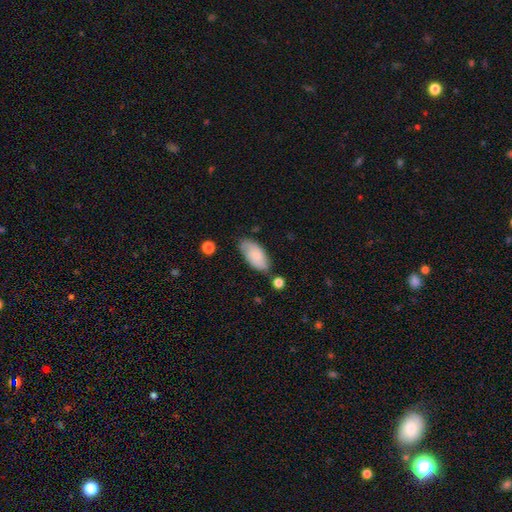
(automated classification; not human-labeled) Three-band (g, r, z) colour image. It shows a smooth galaxy with no disk features (74%) that is in between round and cigar-shaped (92%). Merging: none (71%).